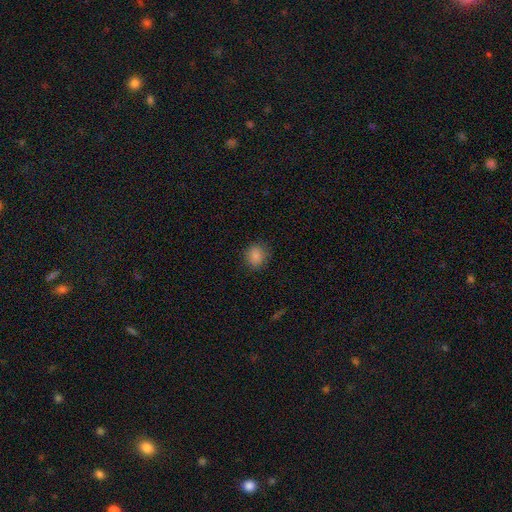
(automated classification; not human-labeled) smooth_or_featured: smooth (p=0.86) [alt: star or artifact p=0.10]
how_rounded: round (p=0.74) [alt: in between p=0.25]
merging: none (p=0.85) [alt: minor disturbance p=0.11]